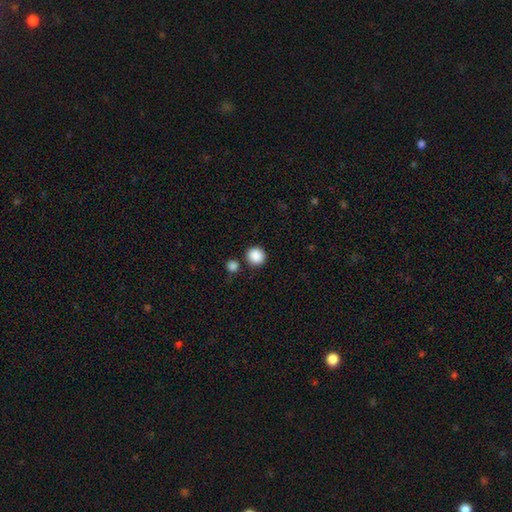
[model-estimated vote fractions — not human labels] Smooth or featured?
  - smooth: 88% *
  - star or artifact: 9%
  - featured or disk: 3%
How rounded?
  - round: 92% *
  - in between: 8%
  - cigar-shaped: 1%
Merging?
  - none: 83% *
  - minor disturbance: 7%
  - merger: 7%
  - major disturbance: 3%